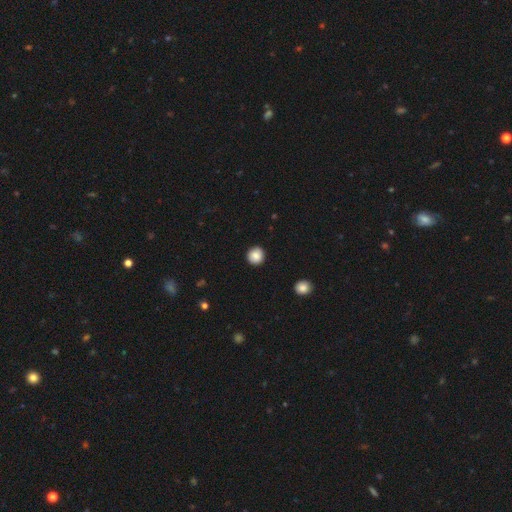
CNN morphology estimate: Q: Smooth or featured?
A: smooth (87%); runner-up: star or artifact (9%)
Q: How rounded?
A: round (94%); runner-up: in between (5%)
Q: Merging?
A: none (91%); runner-up: minor disturbance (6%)